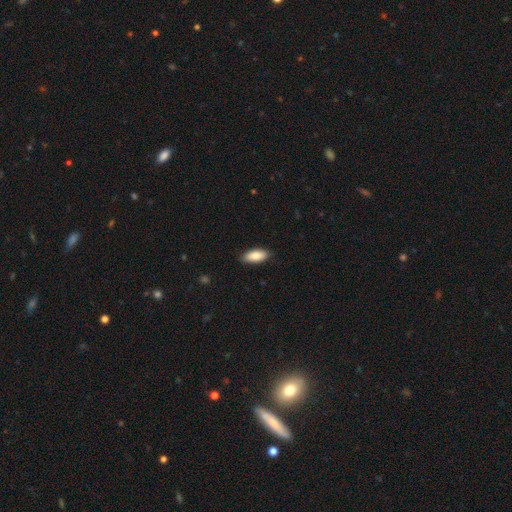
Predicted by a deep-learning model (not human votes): smooth 86%, featured or disk 8%, star or artifact 6%. Down the decision tree: how rounded — in between (87%); merging — none (86%).